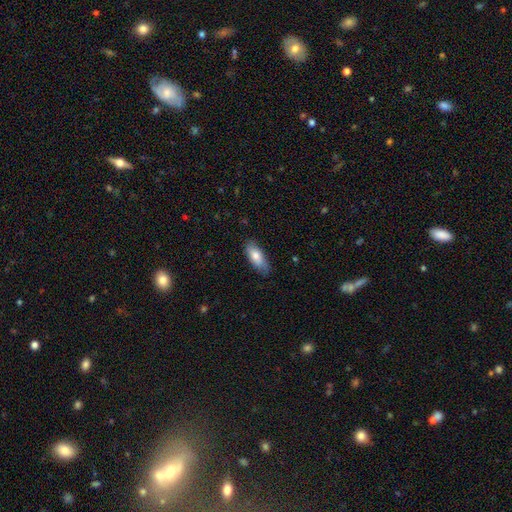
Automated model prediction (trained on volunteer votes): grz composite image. It shows a smooth galaxy with no disk features (78%) that is in between round and cigar-shaped (78%). Merging: none (77%).